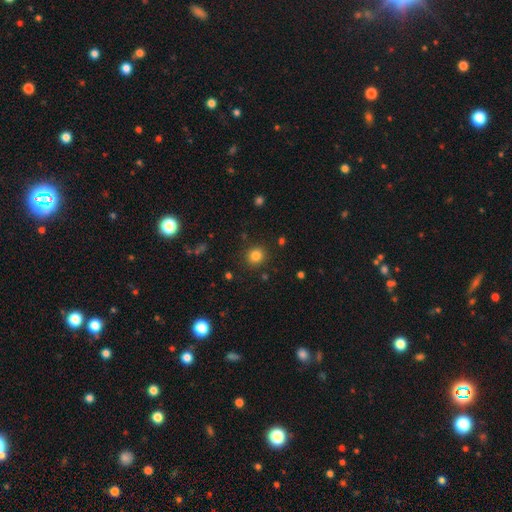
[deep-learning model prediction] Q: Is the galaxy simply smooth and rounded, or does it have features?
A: smooth — 82%.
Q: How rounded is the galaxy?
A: round — 88%.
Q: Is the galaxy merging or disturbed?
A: none — 89%.